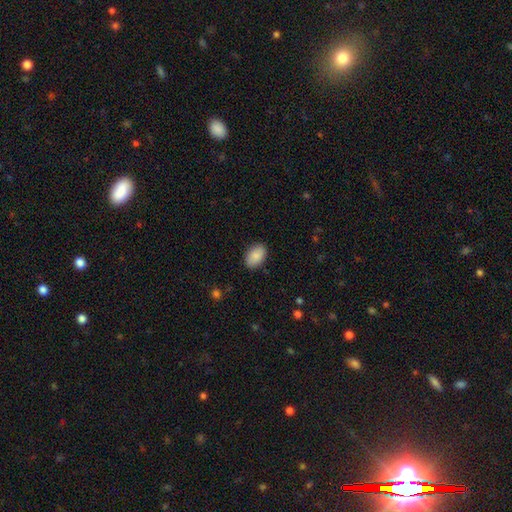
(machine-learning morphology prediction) This appears to be a smooth galaxy with no disk features (87%) that is in between round and cigar-shaped (90%). Merging: none (87%).